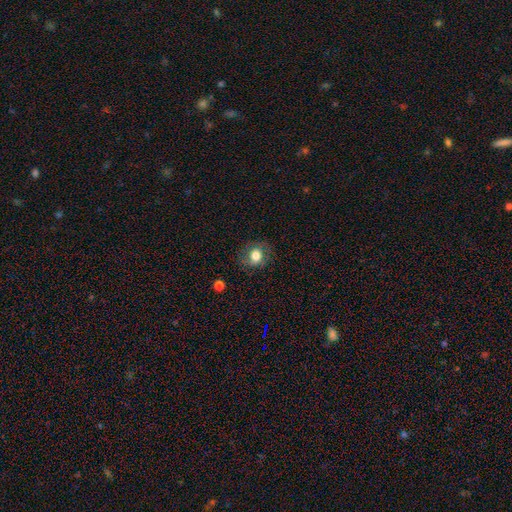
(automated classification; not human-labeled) The model was most divided on "how rounded": round: 65%, in between: 34%, cigar-shaped: 1%. More confident: merging — none (76%); smooth or featured — smooth (74%).